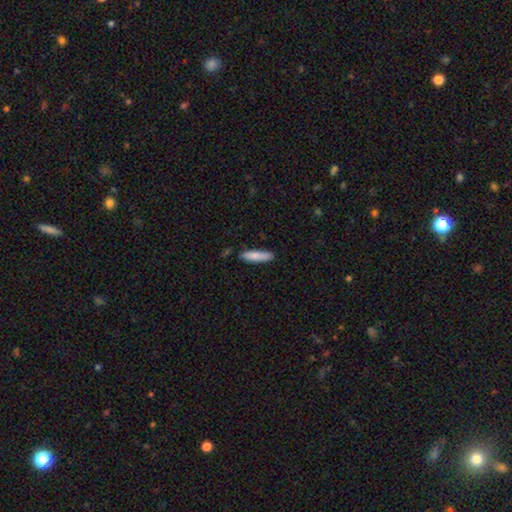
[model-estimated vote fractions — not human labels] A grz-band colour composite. It shows a smooth galaxy with no disk features (83%) that is cigar-shaped (75%). Merging: none (83%).